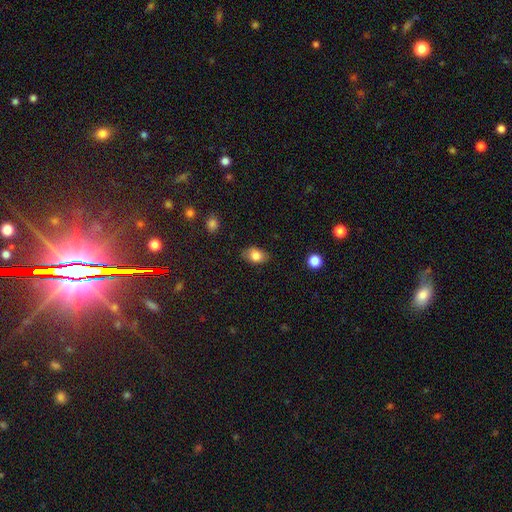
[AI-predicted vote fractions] This appears to be a smooth galaxy with no disk features (81%) that is in between round and cigar-shaped (80%). Merging: none (80%).